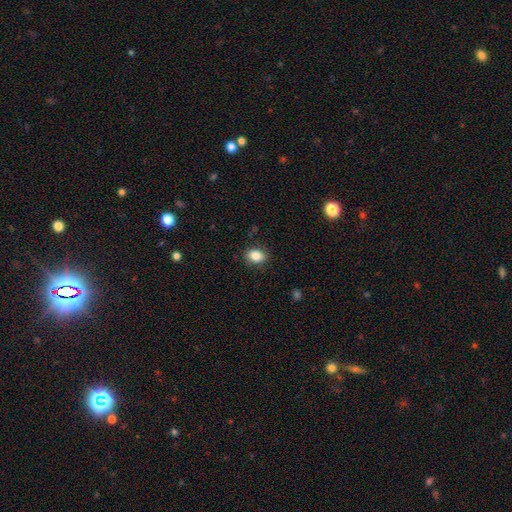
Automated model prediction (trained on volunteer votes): Overall: smooth (84%). How rounded: in between (67%; round 32%). Merging: none (85%).